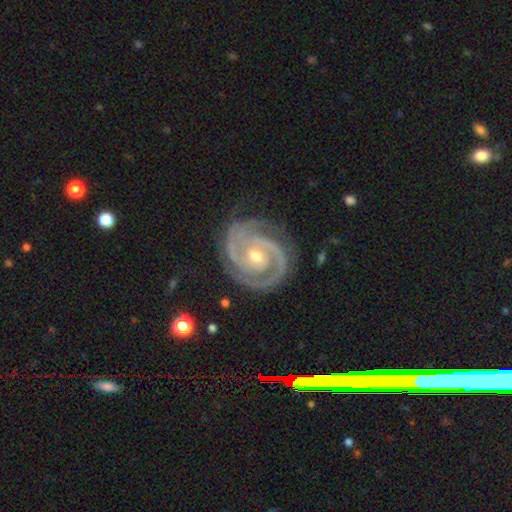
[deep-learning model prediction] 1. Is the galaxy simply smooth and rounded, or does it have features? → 93% featured or disk, 4% star or artifact, 3% smooth.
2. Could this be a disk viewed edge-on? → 98% no, 2% yes.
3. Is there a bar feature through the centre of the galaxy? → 65% no, 25% weak, 10% strong.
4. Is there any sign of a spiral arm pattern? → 99% yes, 1% no.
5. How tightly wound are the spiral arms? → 75% tight, 22% medium, 3% loose.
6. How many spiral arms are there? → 66% 2, 19% 3, 6% can't tell, 3% 4, 3% 1, 3% more than 4.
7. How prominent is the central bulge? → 54% moderate, 43% small, 1% large, 1% none, 1% dominant.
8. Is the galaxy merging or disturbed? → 78% none, 16% minor disturbance, 5% major disturbance, 1% merger.